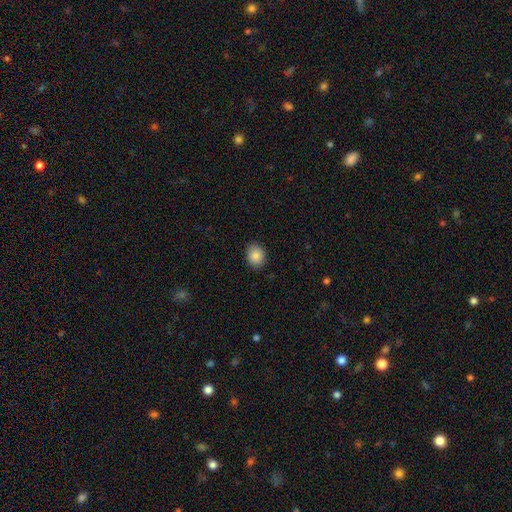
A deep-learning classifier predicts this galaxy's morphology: Smooth or featured: smooth — 86% (star or artifact — 8%)
How rounded: round — 53% (in between — 46%)
Merging: none — 88% (minor disturbance — 9%)